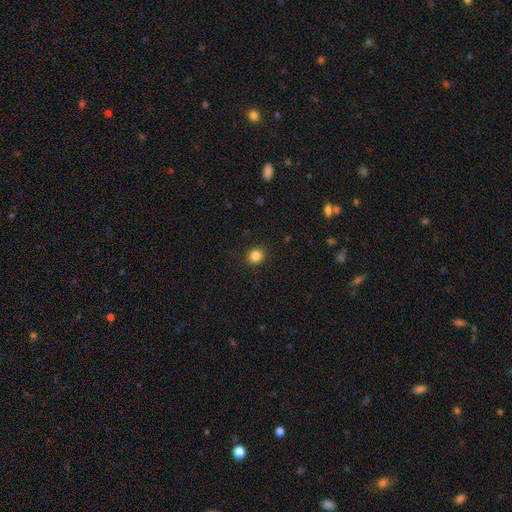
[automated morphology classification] Smooth or featured? Predicted: smooth (p=0.85). How rounded? Predicted: round (p=0.85). Merging? Predicted: none (p=0.90).